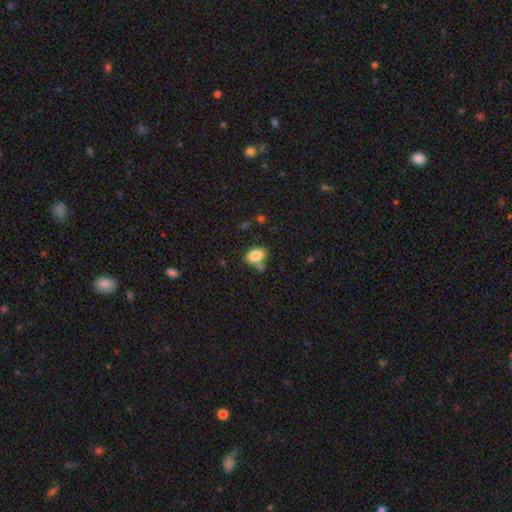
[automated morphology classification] type=smooth (83%); roundness=in between (85%); merging=none (60%).